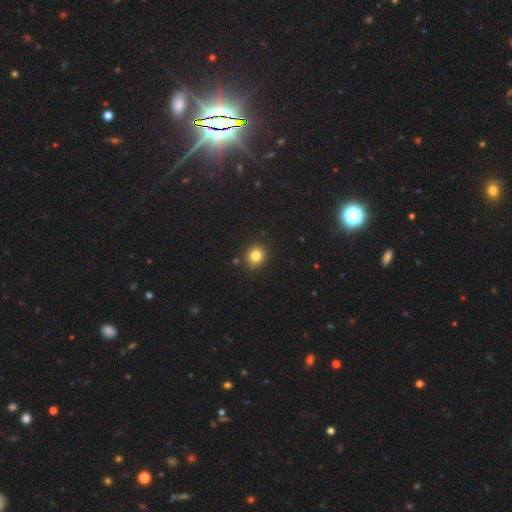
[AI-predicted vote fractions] smooth 83%, star or artifact 11%, featured or disk 6%. Down the decision tree: how rounded — round (78%); merging — none (86%).